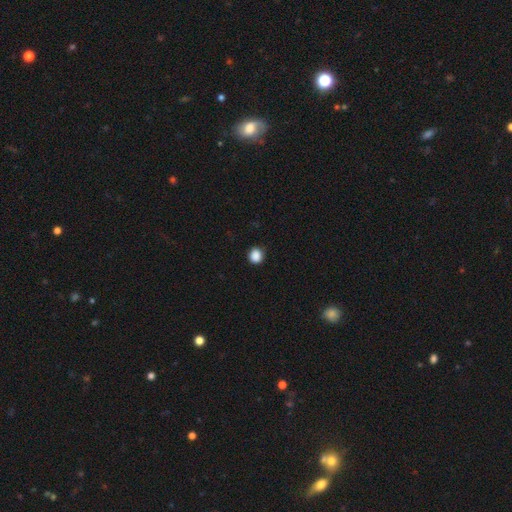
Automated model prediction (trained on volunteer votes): A smooth galaxy with no disk features (88%) that is round (82%). Merging: none (86%).